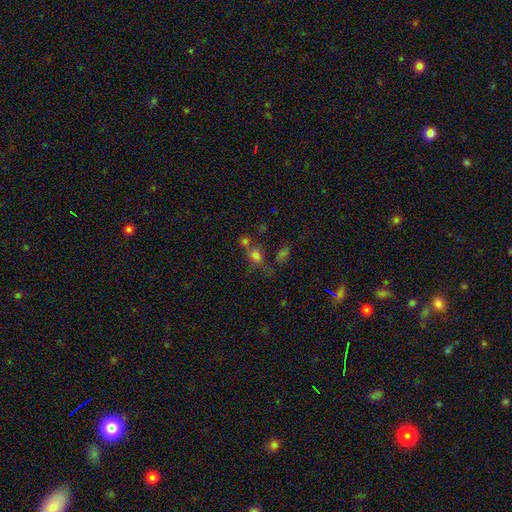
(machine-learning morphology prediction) type=smooth (63%); roundness=in between (51%); merging=none (39%).